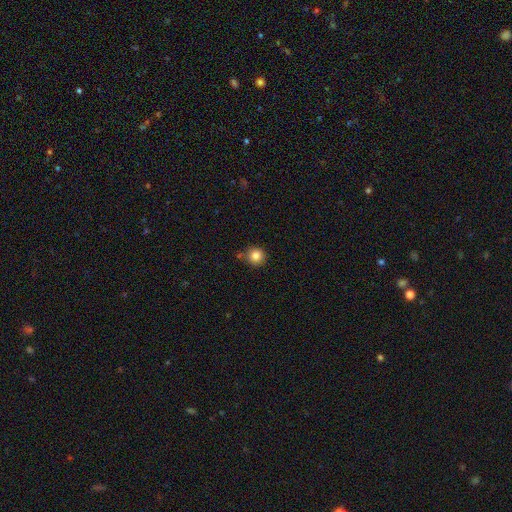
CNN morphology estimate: smooth_or_featured: smooth (p=0.84) [alt: star or artifact p=0.11]
how_rounded: round (p=0.92) [alt: in between p=0.07]
merging: none (p=0.78) [alt: minor disturbance p=0.13]